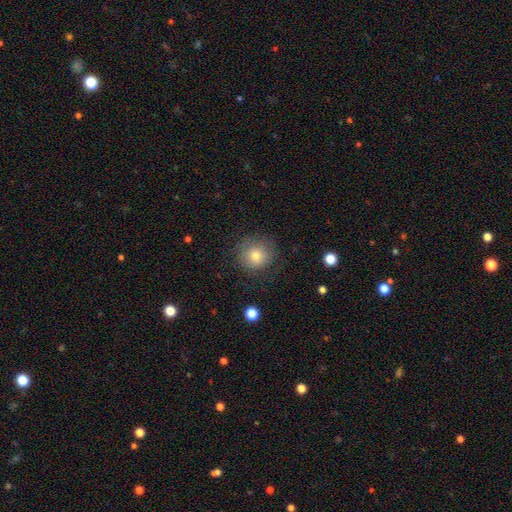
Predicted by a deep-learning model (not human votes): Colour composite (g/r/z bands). It shows a smooth galaxy with no disk features (76%) that is round (90%). Merging: none (79%).